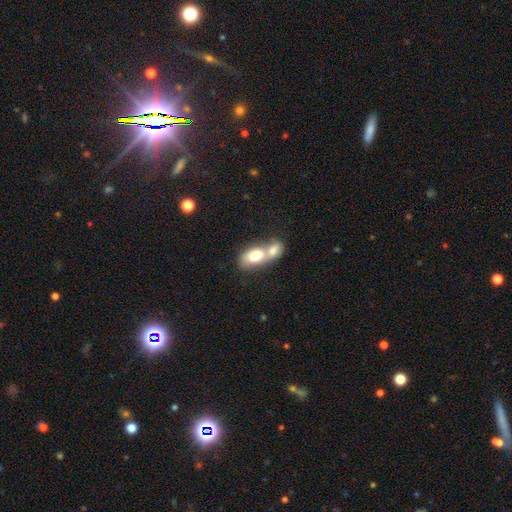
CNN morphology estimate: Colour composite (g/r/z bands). It shows a smooth galaxy with no disk features (73%) that is in between round and cigar-shaped (87%). Merging: merger (75%).